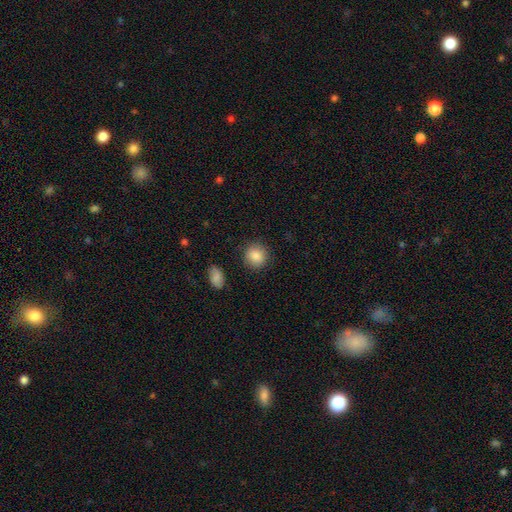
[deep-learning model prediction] smooth 87%, star or artifact 8%, featured or disk 5%. Down the decision tree: how rounded — round (86%); merging — none (88%).